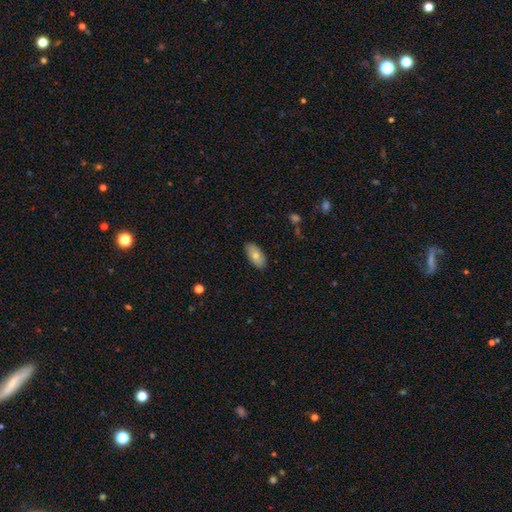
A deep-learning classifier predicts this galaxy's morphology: type=smooth (76%); roundness=in between (92%); merging=none (88%).